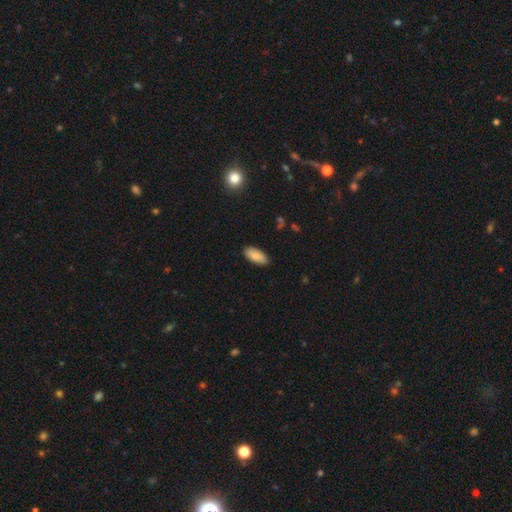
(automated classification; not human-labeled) Smooth or featured?
  - smooth: 86% *
  - featured or disk: 8%
  - star or artifact: 6%
How rounded?
  - in between: 90% *
  - cigar-shaped: 8%
  - round: 2%
Merging?
  - none: 88% *
  - minor disturbance: 10%
  - major disturbance: 2%
  - merger: 1%